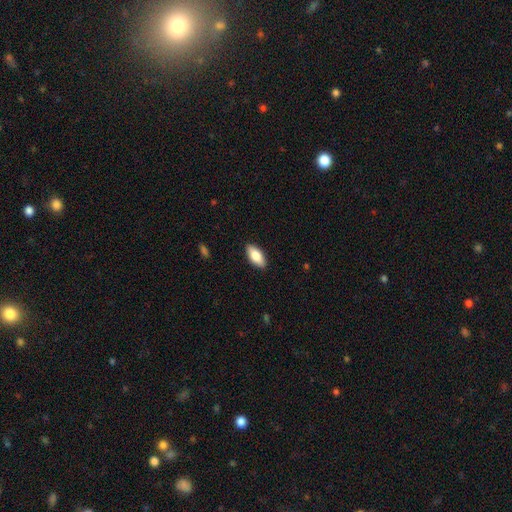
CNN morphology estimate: Smooth or featured?
  - smooth: 81% *
  - featured or disk: 13%
  - star or artifact: 6%
How rounded?
  - in between: 88% *
  - cigar-shaped: 10%
  - round: 2%
Merging?
  - none: 89% *
  - minor disturbance: 8%
  - major disturbance: 2%
  - merger: 1%